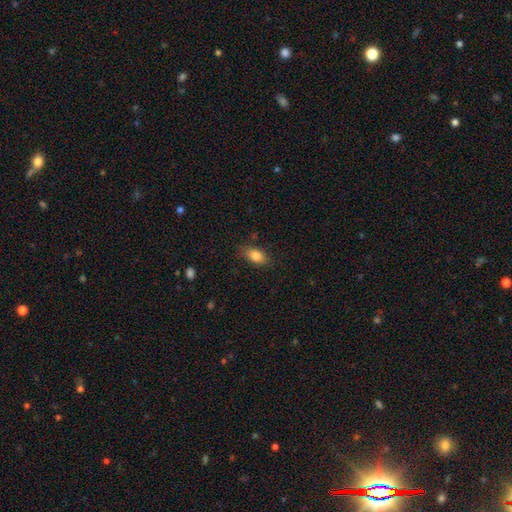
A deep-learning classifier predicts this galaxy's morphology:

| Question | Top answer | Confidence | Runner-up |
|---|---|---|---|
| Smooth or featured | smooth | 83% | featured or disk (8%) |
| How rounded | in between | 87% | round (8%) |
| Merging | none | 79% | minor disturbance (16%) |